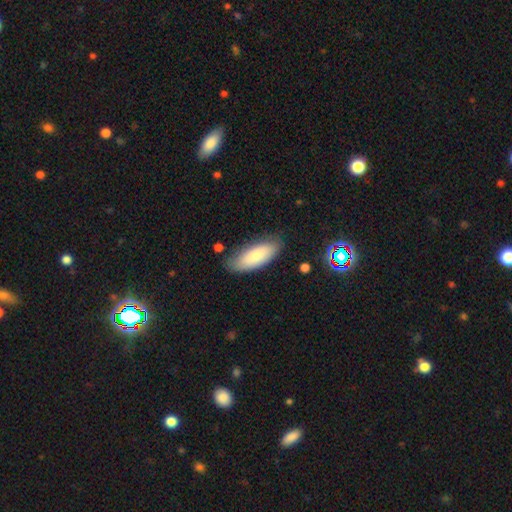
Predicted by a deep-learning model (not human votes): Smooth or featured? Predicted: smooth (p=0.79). How rounded? Predicted: in between (p=0.78). Merging? Predicted: none (p=0.77).